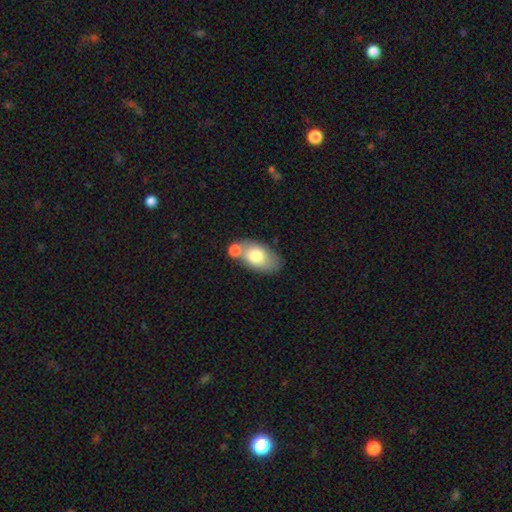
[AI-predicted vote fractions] The model was most divided on "merging": none: 47%, merger: 34%, minor disturbance: 15%, major disturbance: 5%. More confident: how rounded — in between (91%); smooth or featured — smooth (72%).